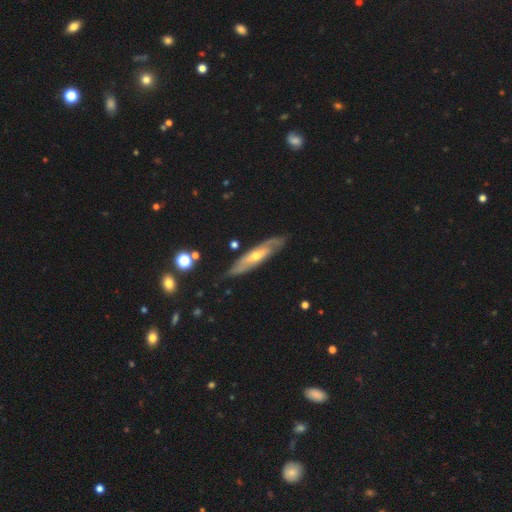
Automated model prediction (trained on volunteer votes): featured or disk 72%, smooth 22%, star or artifact 6%. Down the decision tree: edge-on disk — no (53%); merging — none (78%).